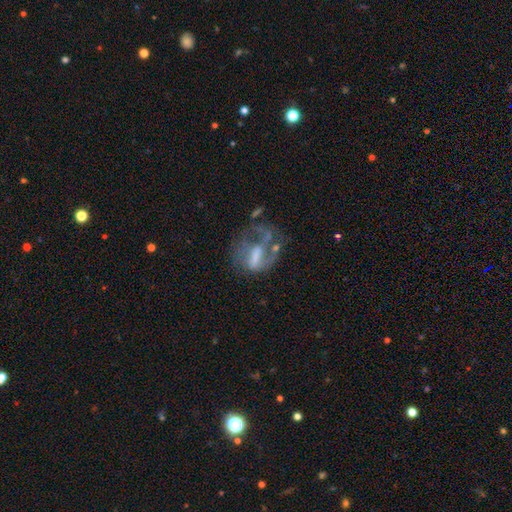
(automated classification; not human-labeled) Smooth or featured?
  - featured or disk: 65% *
  - smooth: 23%
  - star or artifact: 13%
Edge-on disk?
  - no: 94% *
  - yes: 6%
Bar?
  - weak: 34% *
  - no: 33%
  - strong: 33%
Spiral arms?
  - no: 50% * (tied)
  - yes: 50% * (tied)
Bulge size?
  - none: 37% *
  - moderate: 29%
  - small: 21%
  - large: 11%
  - dominant: 2%
Merging?
  - major disturbance: 40% *
  - none: 33%
  - minor disturbance: 17%
  - merger: 10%